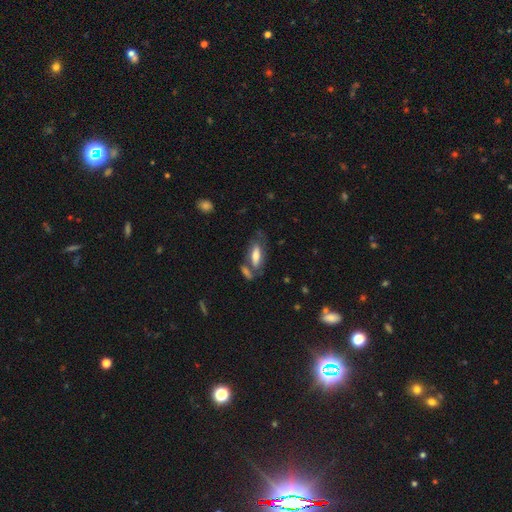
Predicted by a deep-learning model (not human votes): This is likely a smooth galaxy (61%). How rounded: likely in between (68%). Merging: possibly none (51%).